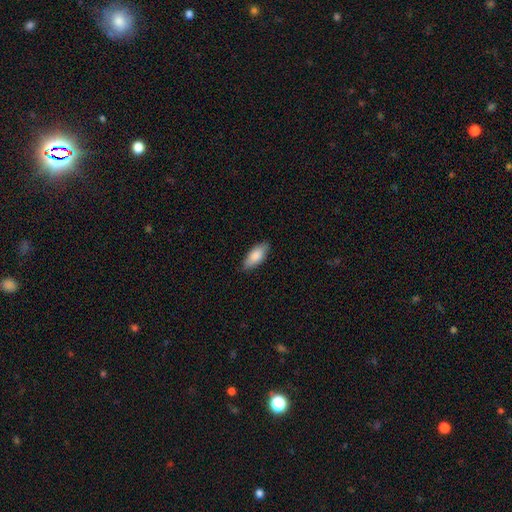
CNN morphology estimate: smooth-or-featured: smooth: 83% | featured or disk: 12% | star or artifact: 6%
  how-rounded: in between: 83% | cigar-shaped: 15% | round: 2%
  merging: none: 84% | minor disturbance: 12% | major disturbance: 2% | merger: 1%